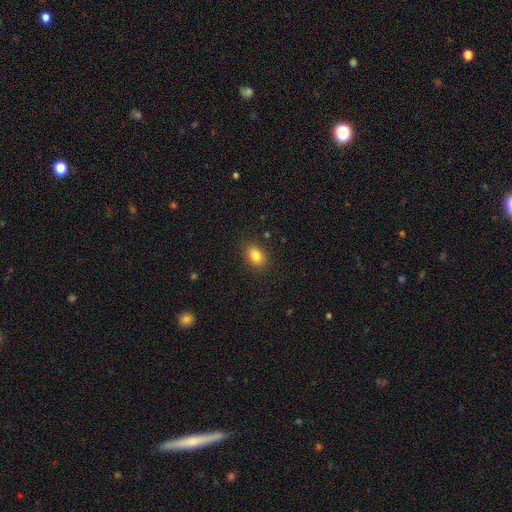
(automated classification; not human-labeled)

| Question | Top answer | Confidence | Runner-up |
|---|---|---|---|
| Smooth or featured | smooth | 84% | star or artifact (9%) |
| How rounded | in between | 76% | round (22%) |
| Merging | none | 87% | minor disturbance (9%) |